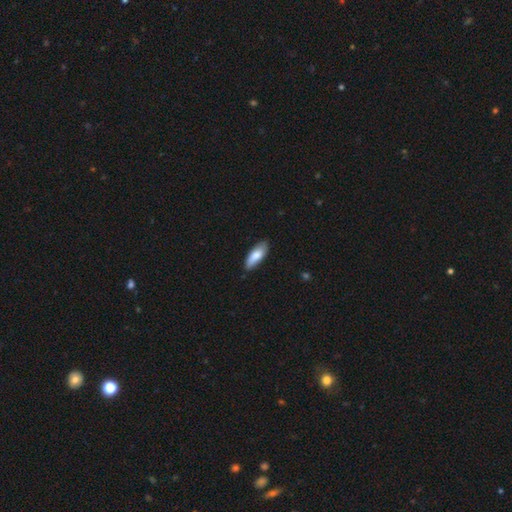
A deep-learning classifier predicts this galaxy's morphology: A smooth galaxy with no disk features (79%) that is in between round and cigar-shaped (69%). Merging: none (80%).